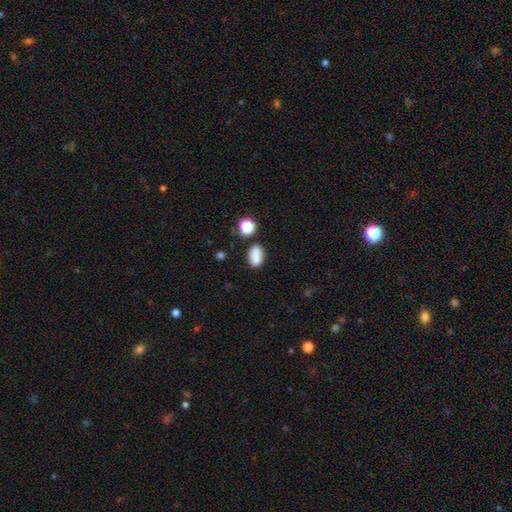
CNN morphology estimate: Smooth or featured?
  - smooth: 81% *
  - star or artifact: 11%
  - featured or disk: 8%
How rounded?
  - in between: 83% *
  - round: 15%
  - cigar-shaped: 3%
Merging?
  - none: 64% *
  - merger: 17%
  - minor disturbance: 15%
  - major disturbance: 4%